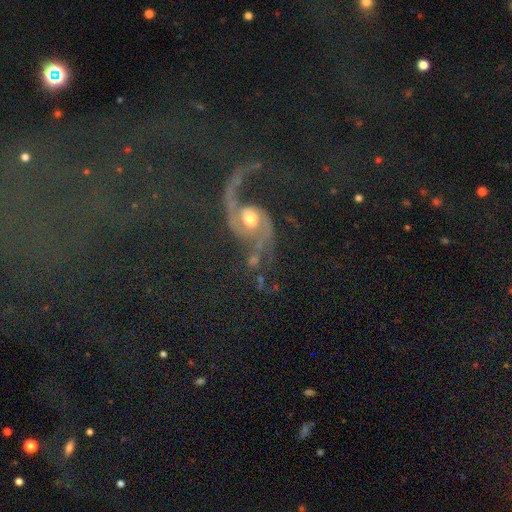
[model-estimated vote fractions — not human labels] Smooth or featured?
  - featured or disk: 79% *
  - star or artifact: 13%
  - smooth: 8%
Edge-on disk?
  - no: 95% *
  - yes: 5%
Bar?
  - no: 61% *
  - weak: 28%
  - strong: 12%
Spiral arms?
  - yes: 91% *
  - no: 9%
Spiral winding?
  - loose: 64% *
  - medium: 27%
  - tight: 9%
Spiral arm count?
  - 2: 89% *
  - 1: 4%
  - can't tell: 3%
  - 3: 2%
  - 4: 1%
  - more than 4: 1%
Bulge size?
  - moderate: 56% *
  - small: 30%
  - large: 8%
  - none: 3%
  - dominant: 3%
Merging?
  - none: 51% *
  - major disturbance: 27%
  - minor disturbance: 16%
  - merger: 7%